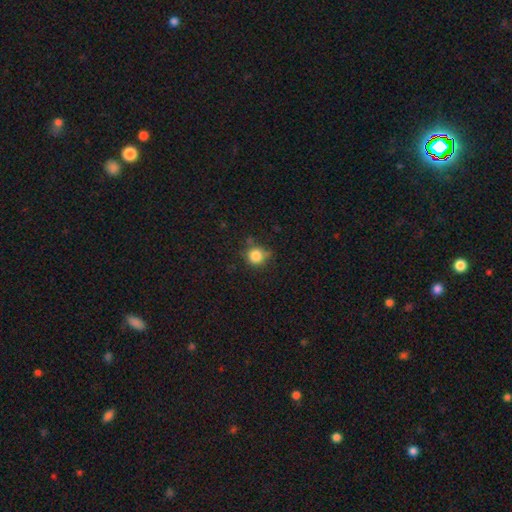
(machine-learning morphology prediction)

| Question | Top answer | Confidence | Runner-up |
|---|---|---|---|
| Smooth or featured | smooth | 84% | star or artifact (11%) |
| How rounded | round | 90% | in between (9%) |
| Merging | none | 69% | minor disturbance (21%) |